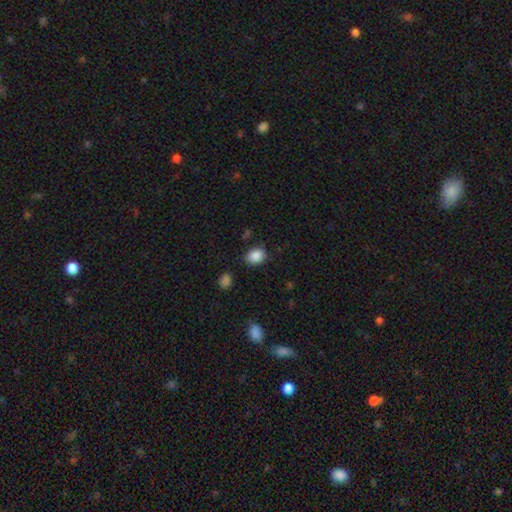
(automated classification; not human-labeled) This is clearly a smooth galaxy (87%). How rounded: likely in between (60%). Merging: likely none (79%).